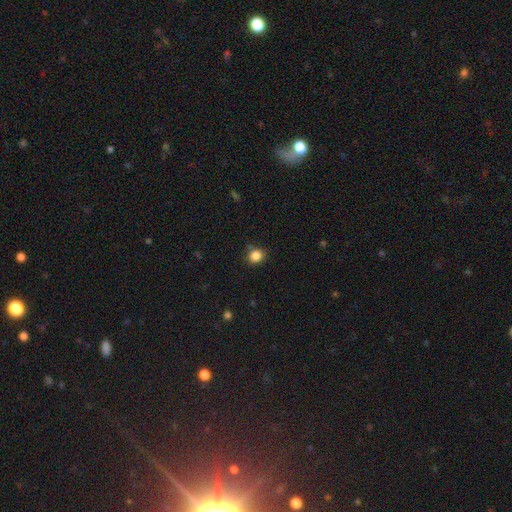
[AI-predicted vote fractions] Q: Smooth or featured?
A: smooth (85%); runner-up: star or artifact (11%)
Q: How rounded?
A: round (81%); runner-up: in between (18%)
Q: Merging?
A: none (81%); runner-up: minor disturbance (13%)